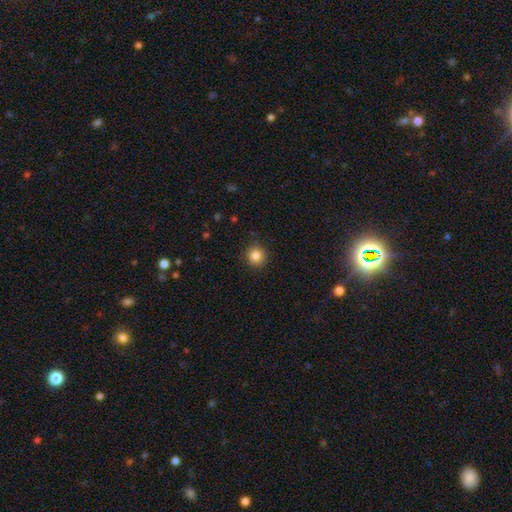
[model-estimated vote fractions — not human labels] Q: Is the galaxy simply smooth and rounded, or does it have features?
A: smooth — 85%.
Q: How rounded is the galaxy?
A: round — 93%.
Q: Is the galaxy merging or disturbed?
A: none — 91%.